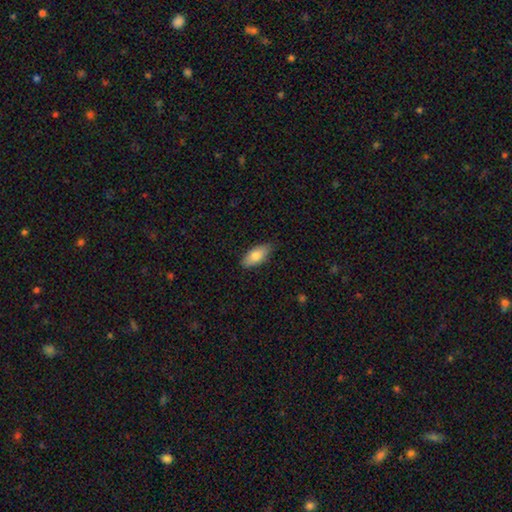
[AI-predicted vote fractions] Overall: smooth (80%). How rounded: in between (86%). Merging: none (85%).